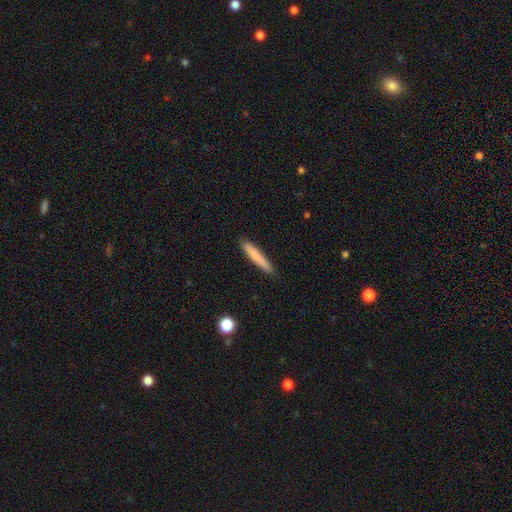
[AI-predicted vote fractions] Smooth or featured?
  - smooth: 79% *
  - featured or disk: 15%
  - star or artifact: 6%
How rounded?
  - cigar-shaped: 93% *
  - in between: 6%
  - round: 1%
Merging?
  - none: 88% *
  - minor disturbance: 9%
  - major disturbance: 2%
  - merger: 1%